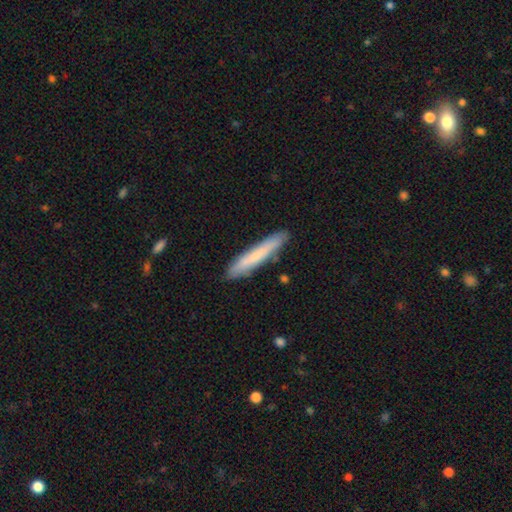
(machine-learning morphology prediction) Smooth or featured? smooth (65%)
How rounded? cigar-shaped (93%)
Merging? none (86%)